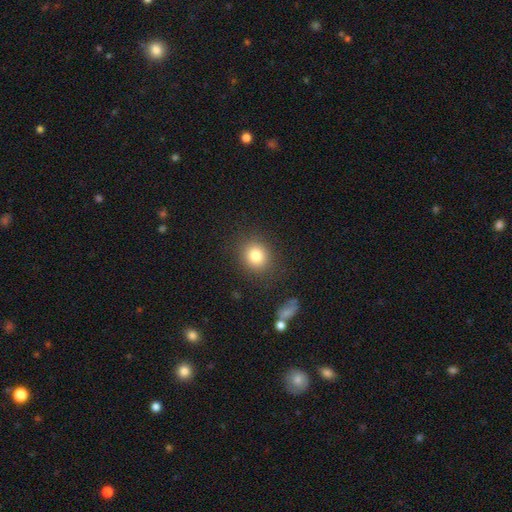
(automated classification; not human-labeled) A smooth galaxy with no disk features (81%) that is round (78%). Merging: none (85%).